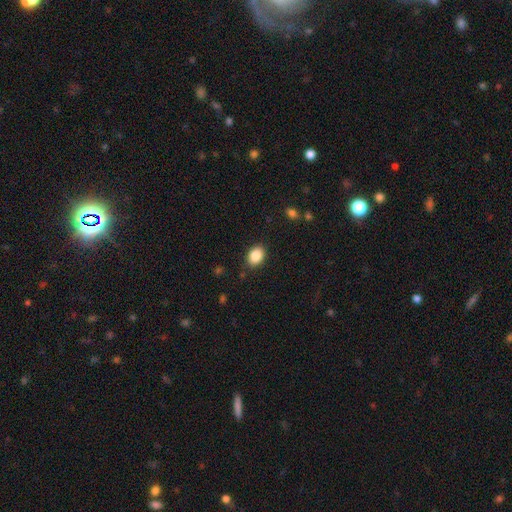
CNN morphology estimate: Smooth or featured?
  - smooth: 87% *
  - star or artifact: 8%
  - featured or disk: 5%
How rounded?
  - in between: 73% *
  - round: 26%
  - cigar-shaped: 1%
Merging?
  - none: 88% *
  - minor disturbance: 9%
  - major disturbance: 2%
  - merger: 1%